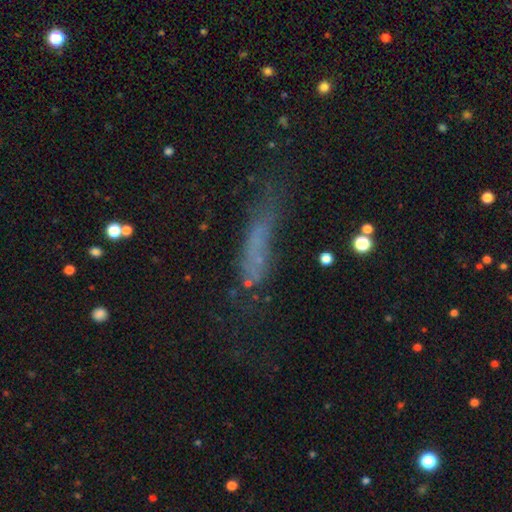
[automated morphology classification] Smooth or featured? Predicted: smooth (p=0.52). How rounded? Predicted: cigar-shaped (p=0.67). Merging? Predicted: none (p=0.38).